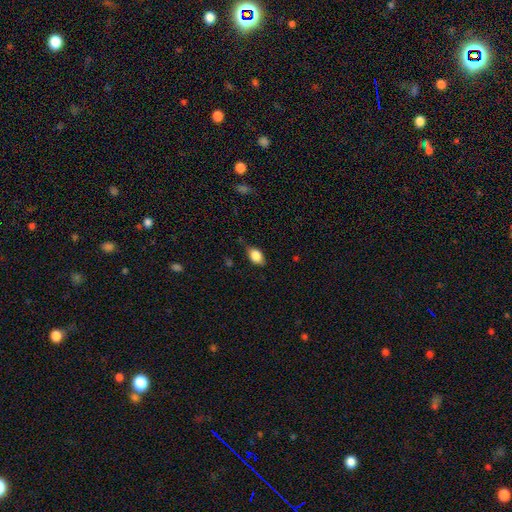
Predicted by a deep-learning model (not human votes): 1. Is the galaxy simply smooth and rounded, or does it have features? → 82% smooth, 9% featured or disk, 8% star or artifact.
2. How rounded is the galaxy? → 80% in between, 18% round, 2% cigar-shaped.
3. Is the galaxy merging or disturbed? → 69% none, 24% minor disturbance, 5% major disturbance, 2% merger.